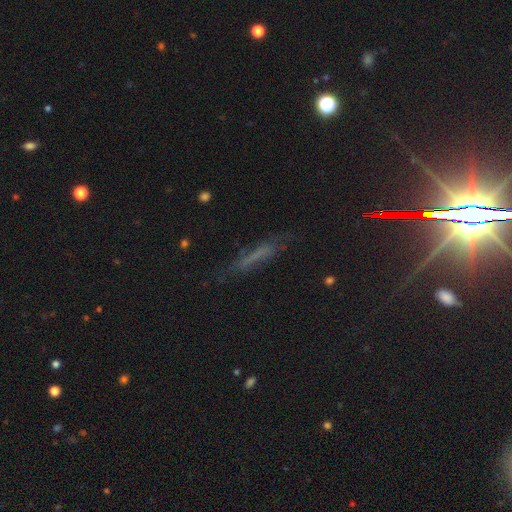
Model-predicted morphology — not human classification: A smooth galaxy with no disk features (43%). Merging: none (64%).